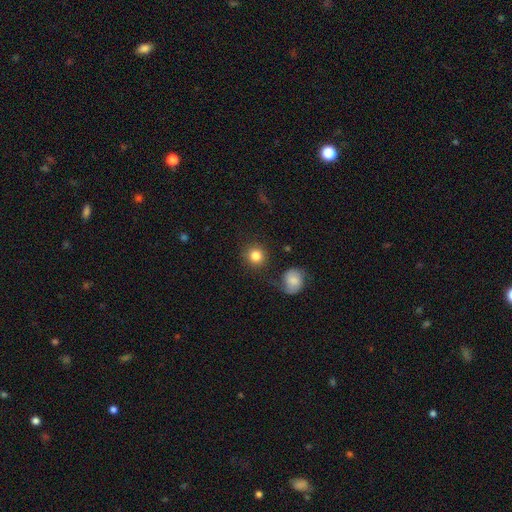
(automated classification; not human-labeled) Morphology: type=smooth (84%); roundness=round (91%); merging=none (82%).